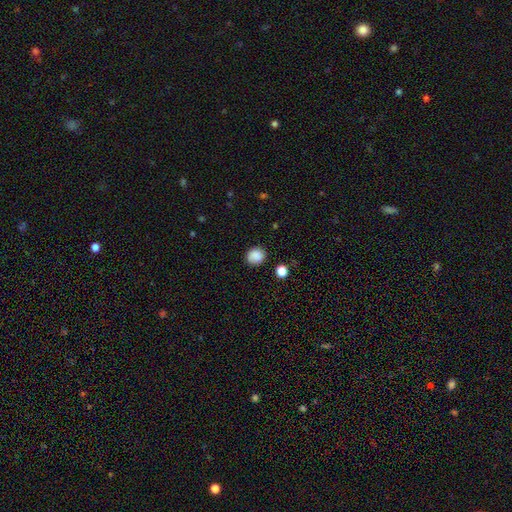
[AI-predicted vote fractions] Smooth or featured: smooth — 86% (star or artifact — 10%)
How rounded: round — 80% (in between — 19%)
Merging: none — 83% (minor disturbance — 12%)